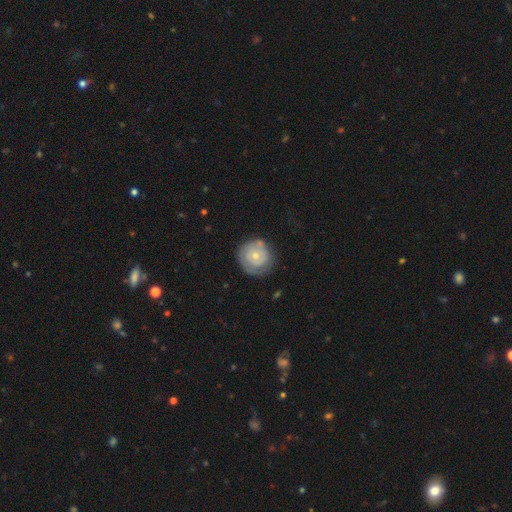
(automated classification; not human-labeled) Smooth or featured?
  - featured or disk: 53% *
  - smooth: 41%
  - star or artifact: 6%
Edge-on disk?
  - no: 97% *
  - yes: 3%
Bar?
  - no: 85% *
  - weak: 13%
  - strong: 2%
Spiral arms?
  - yes: 58% *
  - no: 42%
Bulge size?
  - small: 58% *
  - moderate: 38%
  - large: 2%
  - none: 1%
  - dominant: 1%
Merging?
  - none: 66% *
  - minor disturbance: 22%
  - major disturbance: 8%
  - merger: 4%